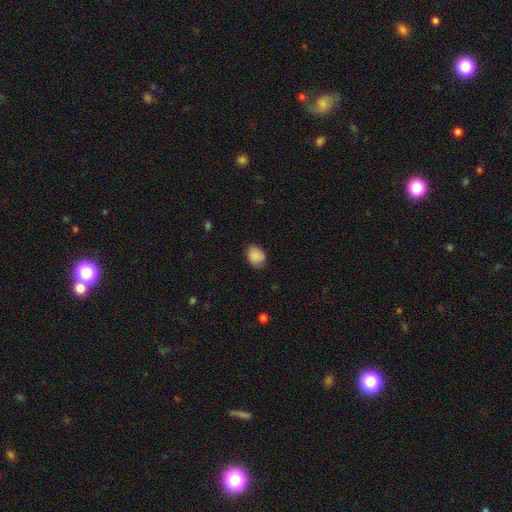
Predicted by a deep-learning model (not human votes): Smooth or featured?
  - smooth: 88% *
  - star or artifact: 7%
  - featured or disk: 5%
How rounded?
  - in between: 67% *
  - round: 32%
  - cigar-shaped: 1%
Merging?
  - none: 74% *
  - minor disturbance: 21%
  - major disturbance: 4%
  - merger: 1%